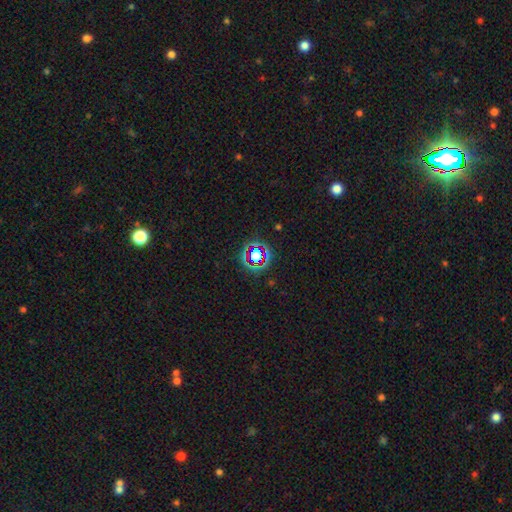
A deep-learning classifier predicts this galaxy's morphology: This appears to be a star or artifact, not a galaxy (68%).